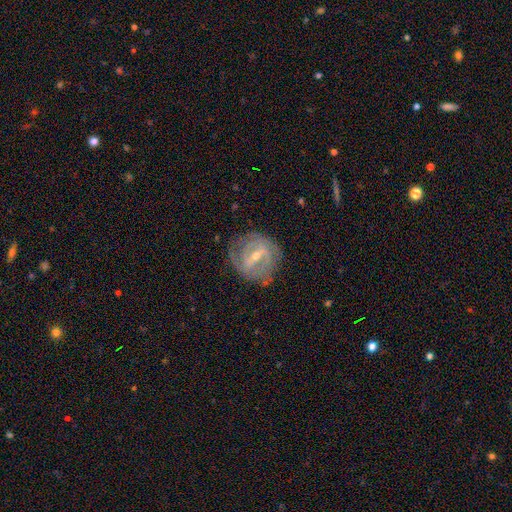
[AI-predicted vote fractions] The model was most divided on "bar": strong: 45%, weak: 43%, no: 12%. Remaining: edge-on disk — no (95%); spiral arms — yes (87%); smooth or featured — featured or disk (82%); merging — none (74%); spiral winding — tight (58%); bulge size — small (51%); spiral arm count — 2 (43%).